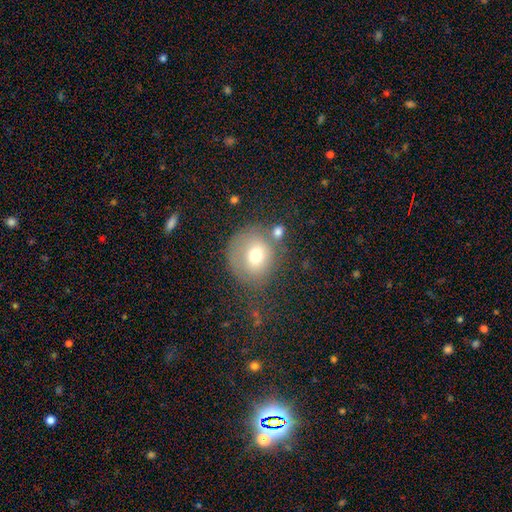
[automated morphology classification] Smooth or featured? smooth (69%)
How rounded? round (83%)
Merging? none (58%)